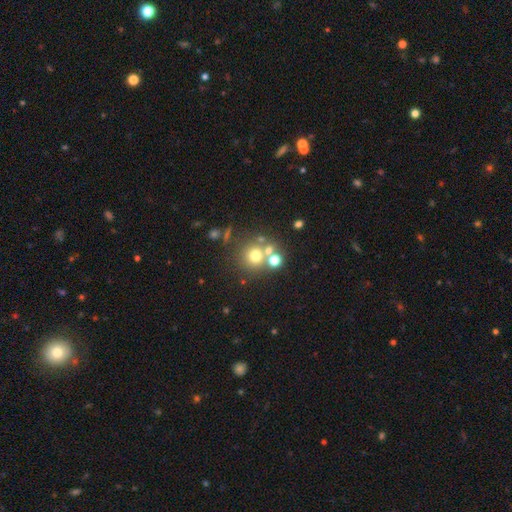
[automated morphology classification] smooth 66%, star or artifact 19%, featured or disk 16%. Down the decision tree: how rounded — round (91%); merging — none (61%).